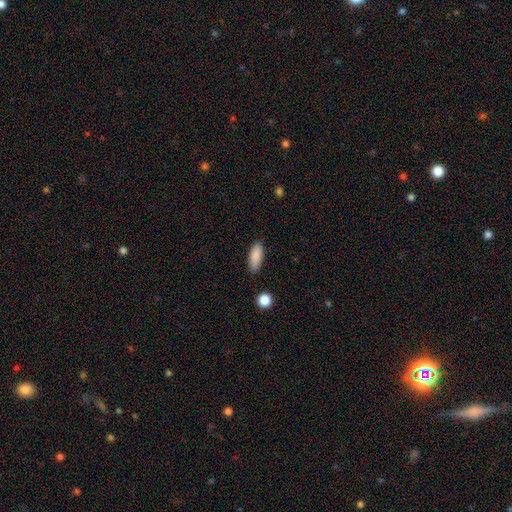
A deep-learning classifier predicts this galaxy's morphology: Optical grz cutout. It shows a smooth galaxy with no disk features (88%) that is in between round and cigar-shaped (74%). Merging: none (83%).